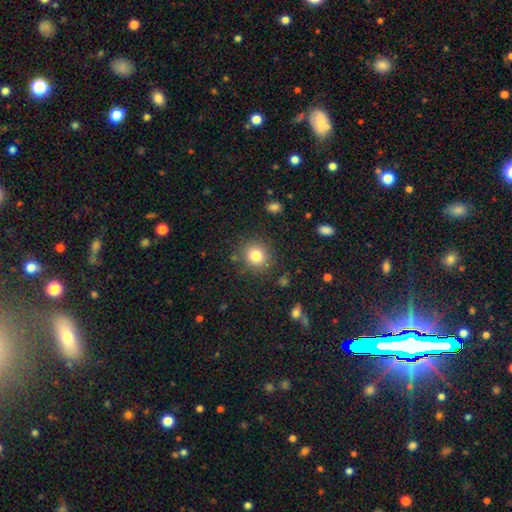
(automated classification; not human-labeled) Smooth or featured: smooth — 81% (star or artifact — 12%)
How rounded: round — 84% (in between — 15%)
Merging: none — 86% (minor disturbance — 9%)